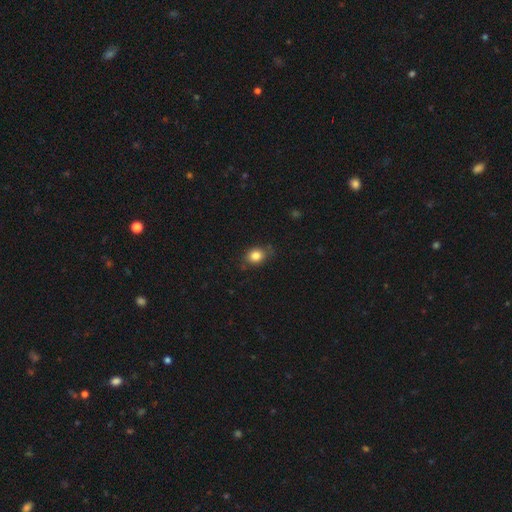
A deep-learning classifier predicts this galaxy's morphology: The model was most divided on "how rounded": round: 54%, in between: 45%, cigar-shaped: 1%. More confident: smooth or featured — smooth (84%); merging — none (75%).